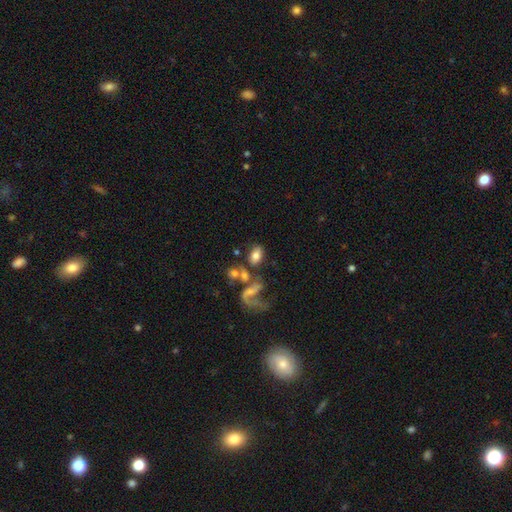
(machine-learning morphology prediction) Smooth or featured?
  - smooth: 67% *
  - featured or disk: 23%
  - star or artifact: 10%
How rounded?
  - in between: 86% *
  - round: 11%
  - cigar-shaped: 2%
Merging?
  - none: 47% *
  - merger: 26%
  - minor disturbance: 14%
  - major disturbance: 13%